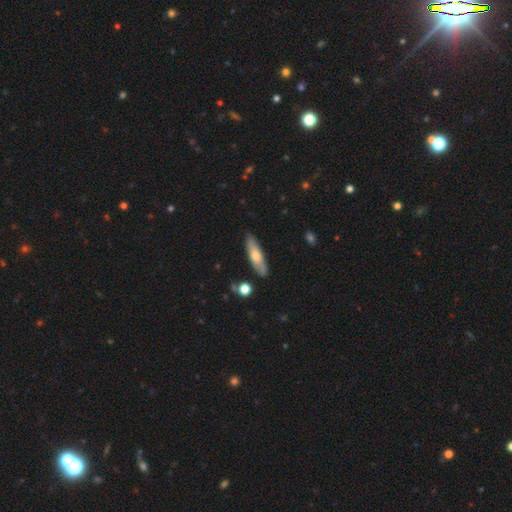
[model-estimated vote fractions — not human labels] Smooth or featured? smooth (58%)
How rounded? cigar-shaped (68%)
Merging? none (84%)